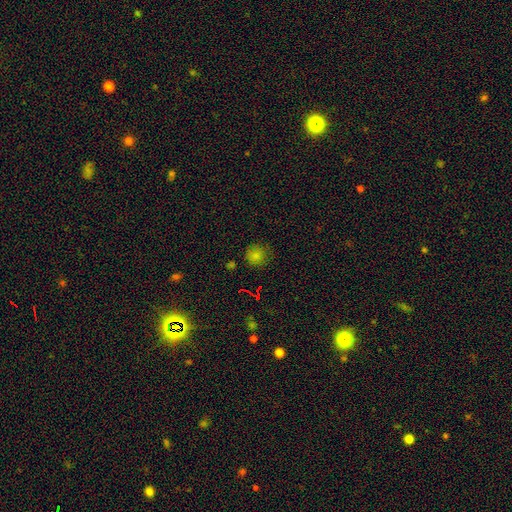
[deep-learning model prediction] Smooth or featured: smooth — 76% (star or artifact — 18%)
How rounded: round — 91% (in between — 8%)
Merging: none — 81% (minor disturbance — 13%)